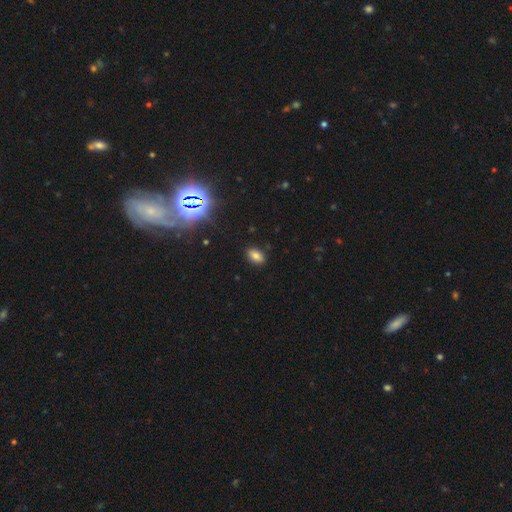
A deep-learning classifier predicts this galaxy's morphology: A smooth galaxy with no disk features (77%) that is in between round and cigar-shaped (88%). Merging: none (87%).